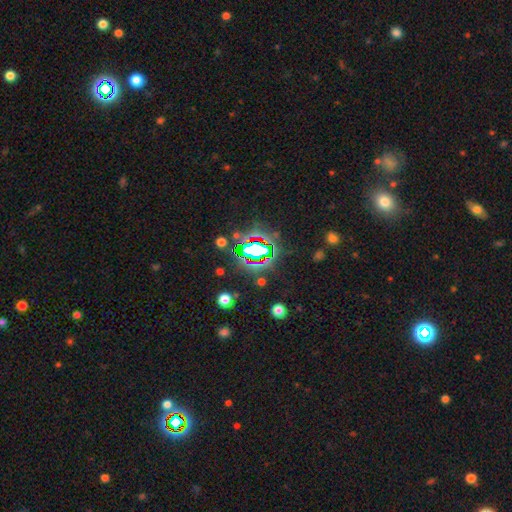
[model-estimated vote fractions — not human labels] Smooth or featured? Predicted: star or artifact (p=0.72).